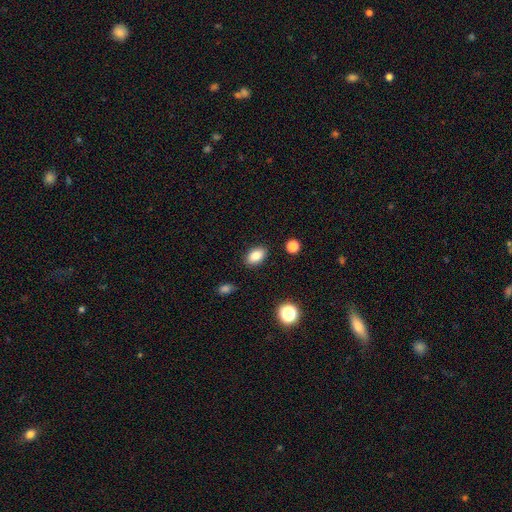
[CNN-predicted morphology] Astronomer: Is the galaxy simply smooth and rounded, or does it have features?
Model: smooth — 84%.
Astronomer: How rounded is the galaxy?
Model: in between — 88%.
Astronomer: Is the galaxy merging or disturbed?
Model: none — 88%.